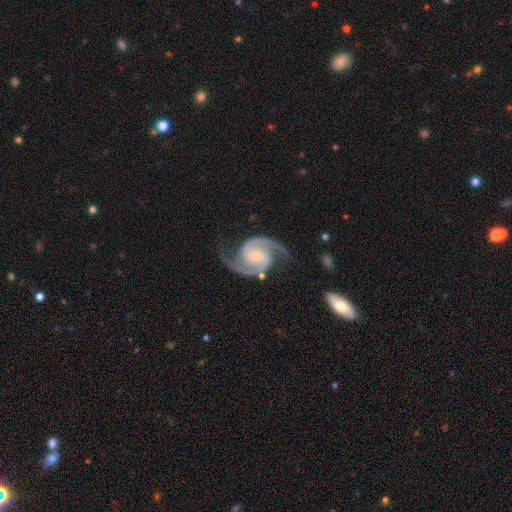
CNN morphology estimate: The model was most divided on "bar": no: 52%, weak: 34%, strong: 13%. More confident: spiral arms — yes (99%); edge-on disk — no (98%); smooth or featured — featured or disk (94%); spiral arm count — 2 (93%); merging — none (78%); bulge size — small (66%); spiral winding — medium (64%).